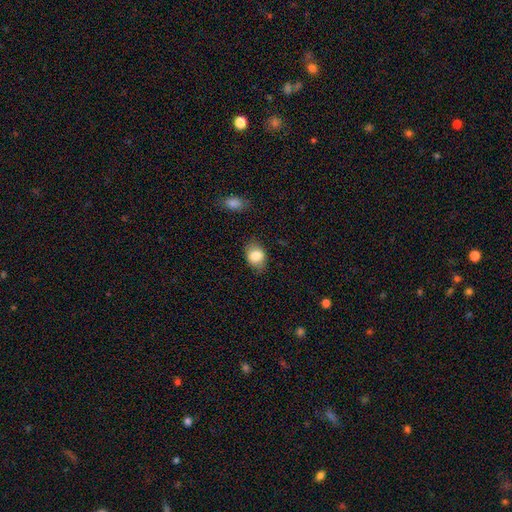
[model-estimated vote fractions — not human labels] Overall: smooth (81%). How rounded: in between (68%; round 31%). Merging: none (79%).